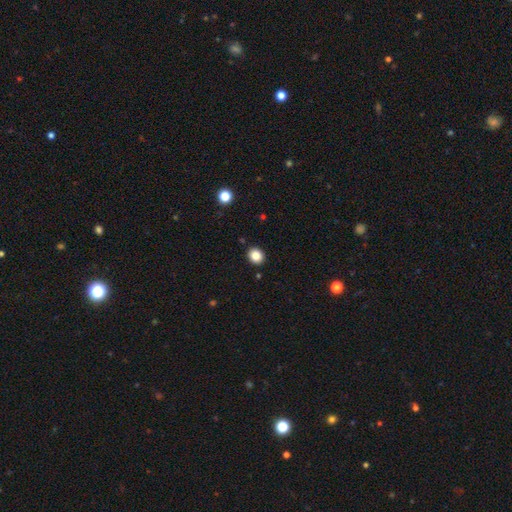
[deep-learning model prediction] Smooth or featured?
  - smooth: 86% *
  - star or artifact: 10%
  - featured or disk: 4%
How rounded?
  - round: 73% *
  - in between: 27%
  - cigar-shaped: 1%
Merging?
  - none: 91% *
  - minor disturbance: 6%
  - major disturbance: 2%
  - merger: 1%